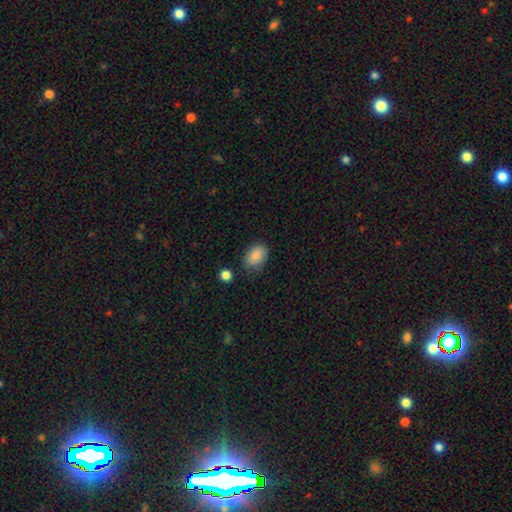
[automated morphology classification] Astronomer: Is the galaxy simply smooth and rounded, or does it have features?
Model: smooth — 85%.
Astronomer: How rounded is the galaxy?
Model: in between — 84%.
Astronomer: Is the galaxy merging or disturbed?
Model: none — 71%.